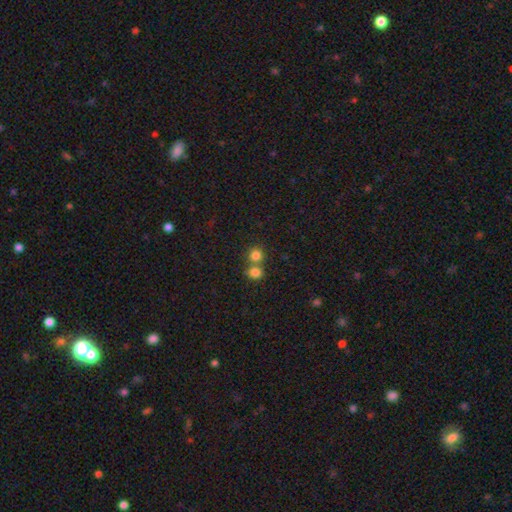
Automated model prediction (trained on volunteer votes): This appears to be a smooth galaxy with no disk features (80%) that is round (89%). Merging: none (51%).